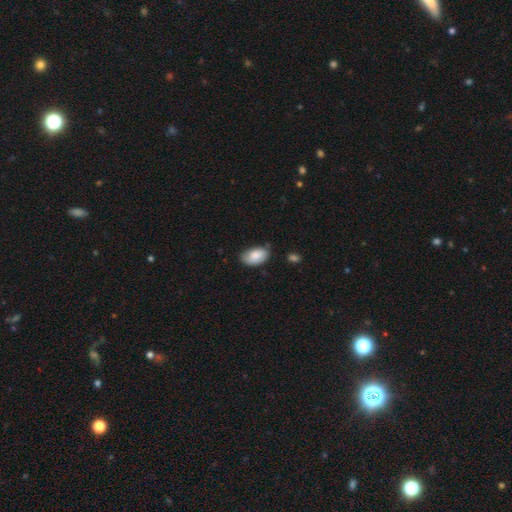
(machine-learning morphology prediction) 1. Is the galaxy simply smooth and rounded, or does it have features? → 84% smooth, 10% featured or disk, 6% star or artifact.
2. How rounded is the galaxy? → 94% in between, 5% round, 1% cigar-shaped.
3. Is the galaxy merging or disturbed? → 65% none, 29% minor disturbance, 4% major disturbance, 2% merger.